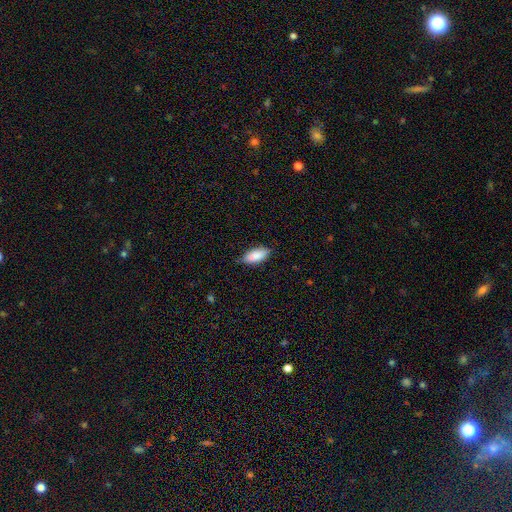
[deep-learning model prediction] Morphology: type=smooth (86%); roundness=in between (83%); merging=none (76%).